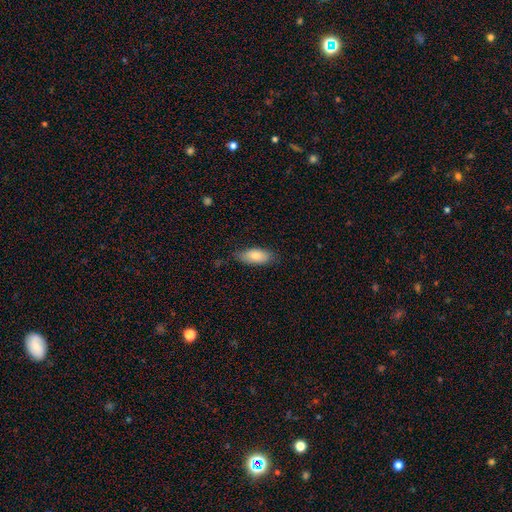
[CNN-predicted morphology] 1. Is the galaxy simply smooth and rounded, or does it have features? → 80% smooth, 14% featured or disk, 6% star or artifact.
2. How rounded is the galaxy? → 86% in between, 11% cigar-shaped, 2% round.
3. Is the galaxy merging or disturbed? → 74% none, 20% minor disturbance, 4% major disturbance, 1% merger.